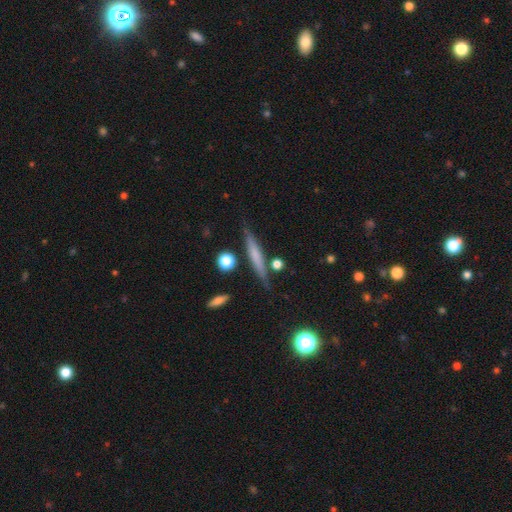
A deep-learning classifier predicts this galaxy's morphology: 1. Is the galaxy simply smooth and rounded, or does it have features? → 49% smooth, 43% featured or disk, 8% star or artifact.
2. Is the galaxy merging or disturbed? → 81% none, 12% minor disturbance, 4% merger, 3% major disturbance.